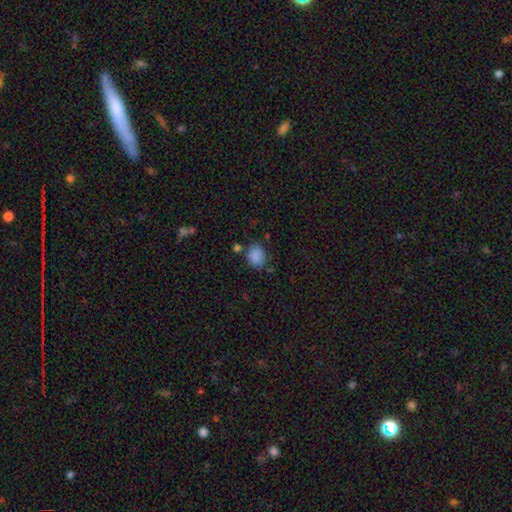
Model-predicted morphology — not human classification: smooth_or_featured: smooth (p=0.86) [alt: star or artifact p=0.10]
how_rounded: round (p=0.58) [alt: in between p=0.41]
merging: none (p=0.73) [alt: minor disturbance p=0.15]